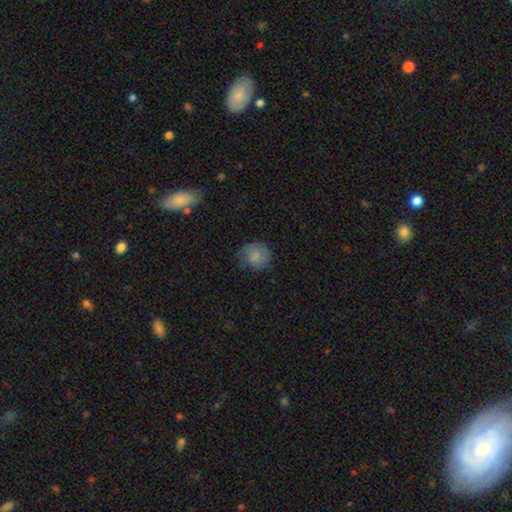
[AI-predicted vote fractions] Q: Smooth or featured?
A: smooth (71%); runner-up: featured or disk (21%)
Q: How rounded?
A: round (79%); runner-up: in between (20%)
Q: Merging?
A: none (62%); runner-up: minor disturbance (26%)